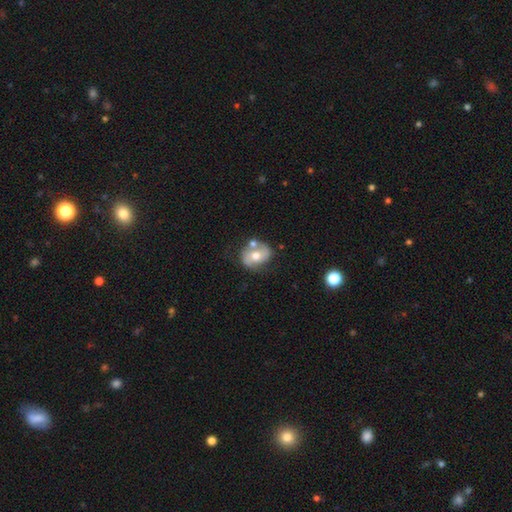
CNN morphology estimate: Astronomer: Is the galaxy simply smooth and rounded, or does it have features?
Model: featured or disk — 51% (runner-up: smooth, 41%).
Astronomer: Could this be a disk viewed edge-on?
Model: no — 96%.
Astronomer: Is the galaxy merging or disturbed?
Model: none — 55%.